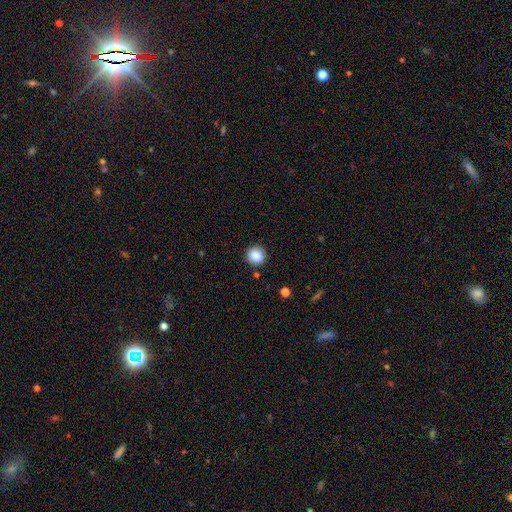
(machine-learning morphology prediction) type=smooth (87%); roundness=round (91%); merging=none (89%).